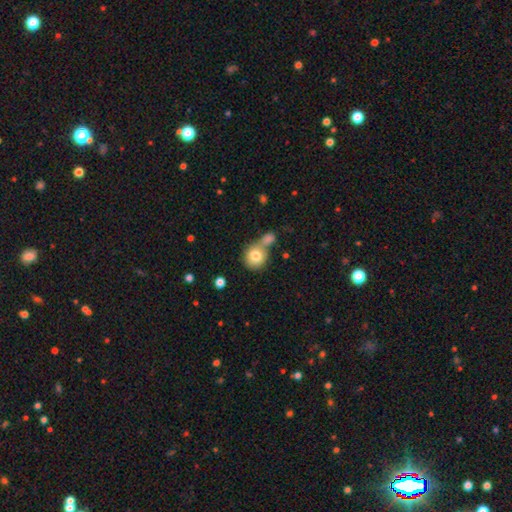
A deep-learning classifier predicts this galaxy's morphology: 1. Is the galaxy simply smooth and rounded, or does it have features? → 79% smooth, 12% featured or disk, 9% star or artifact.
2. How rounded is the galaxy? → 83% round, 16% in between, 1% cigar-shaped.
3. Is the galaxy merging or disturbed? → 43% none, 42% merger, 11% minor disturbance, 4% major disturbance.